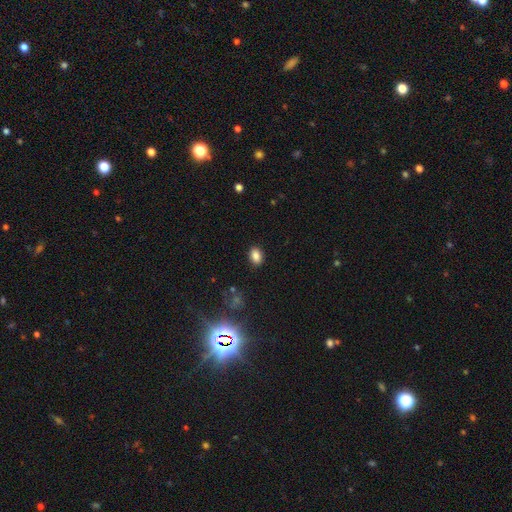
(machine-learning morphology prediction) Smooth or featured? smooth (85%)
How rounded? in between (80%)
Merging? none (88%)